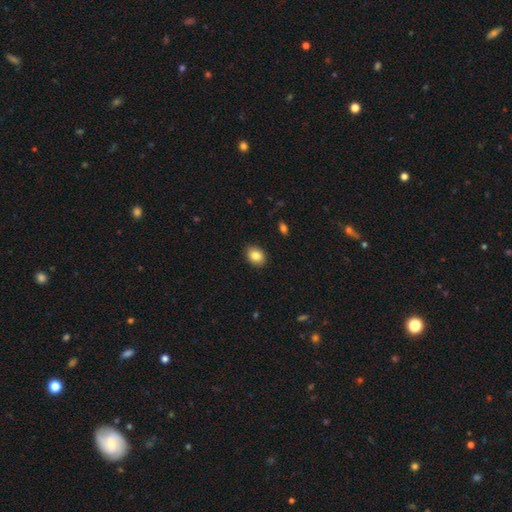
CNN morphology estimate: The model was most divided on "how rounded": in between: 68%, round: 32%, cigar-shaped: 1%. More confident: merging — none (89%); smooth or featured — smooth (86%).